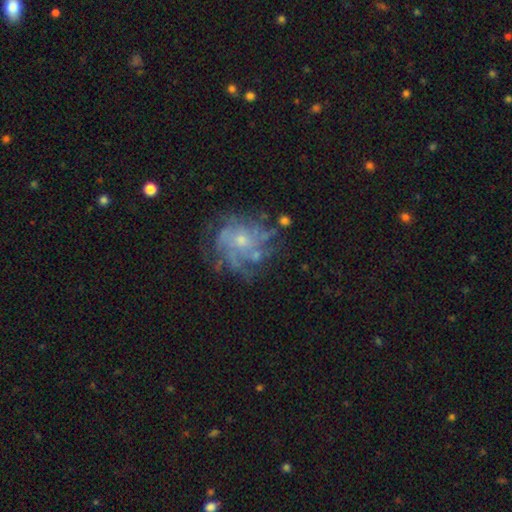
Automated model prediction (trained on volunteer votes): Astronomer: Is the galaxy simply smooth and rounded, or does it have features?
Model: featured or disk — 77%.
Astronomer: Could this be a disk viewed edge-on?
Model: no — 98%.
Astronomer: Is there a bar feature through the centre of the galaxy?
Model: no — 82%.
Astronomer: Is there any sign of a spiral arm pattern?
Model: yes — 80%.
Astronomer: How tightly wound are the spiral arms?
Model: tight — 48% (runner-up: medium, 35%).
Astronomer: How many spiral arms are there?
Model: can't tell — 39% (runner-up: 4, 21%).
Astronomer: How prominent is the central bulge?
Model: small — 62%.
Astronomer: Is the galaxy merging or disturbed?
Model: none — 60%.